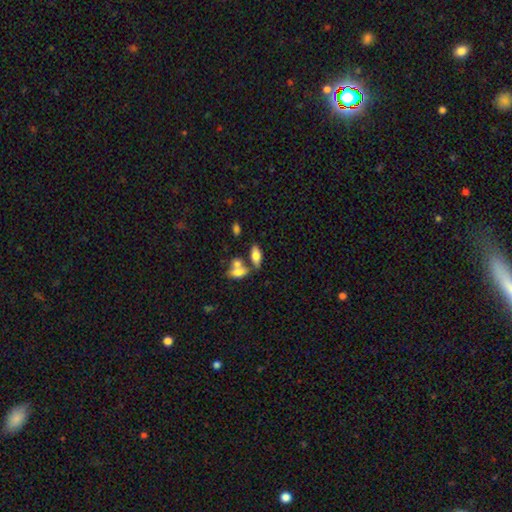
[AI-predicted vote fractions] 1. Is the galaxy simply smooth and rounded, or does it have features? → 70% smooth, 22% featured or disk, 8% star or artifact.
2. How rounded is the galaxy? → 80% in between, 17% cigar-shaped, 3% round.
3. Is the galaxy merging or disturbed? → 56% none, 28% merger, 12% minor disturbance, 4% major disturbance.